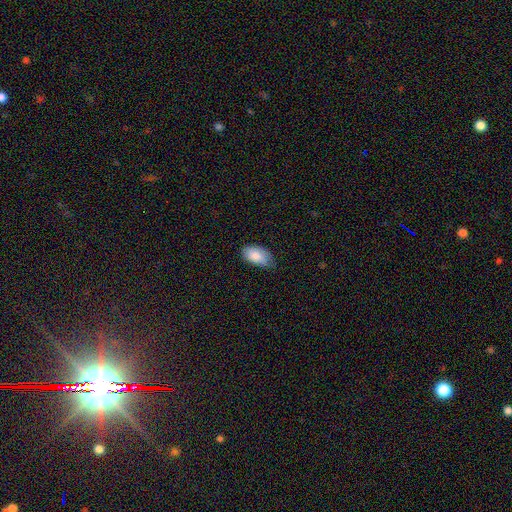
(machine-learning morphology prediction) smooth_or_featured: smooth (p=0.86) [alt: featured or disk p=0.08]
how_rounded: in between (p=0.94) [alt: round p=0.04]
merging: none (p=0.60) [alt: minor disturbance p=0.34]